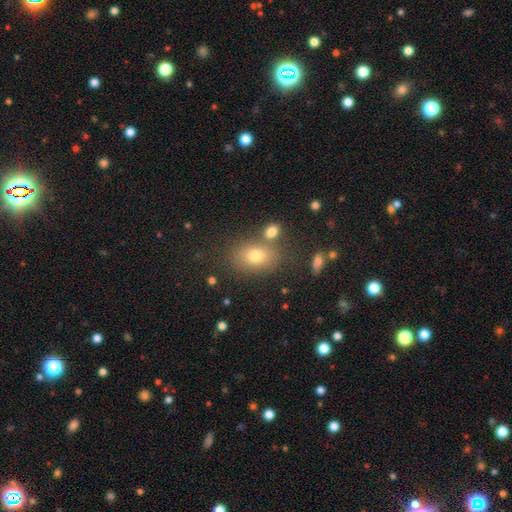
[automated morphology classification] smooth 74%, featured or disk 13%, star or artifact 13%. Down the decision tree: how rounded — in between (78%); merging — none (70%).